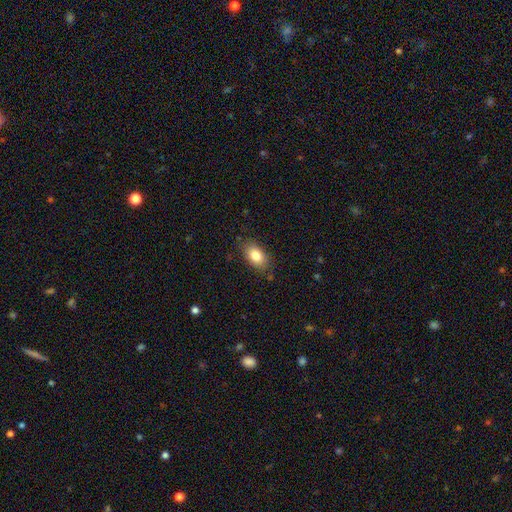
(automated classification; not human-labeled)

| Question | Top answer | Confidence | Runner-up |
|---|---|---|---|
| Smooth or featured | smooth | 82% | featured or disk (10%) |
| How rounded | in between | 89% | round (9%) |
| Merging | none | 83% | minor disturbance (13%) |